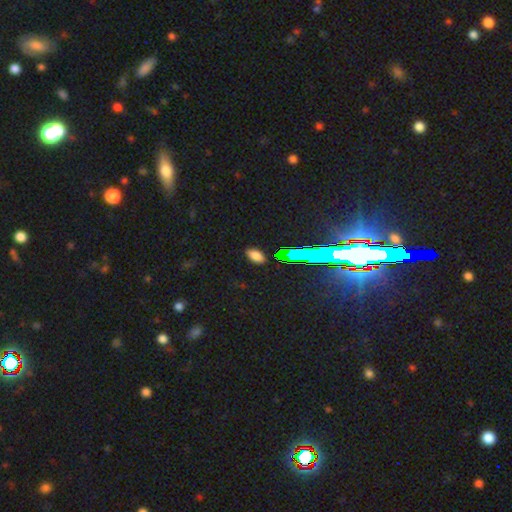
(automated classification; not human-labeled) A smooth galaxy with no disk features (75%) that is in between round and cigar-shaped (91%).

Vote fractions:
- Smooth or featured? smooth: 75% / star or artifact: 18% / featured or disk: 7%
- How rounded? in between: 91% / round: 5% / cigar-shaped: 4%
- Merging? none: 85% / minor disturbance: 10% / major disturbance: 3% / merger: 2%